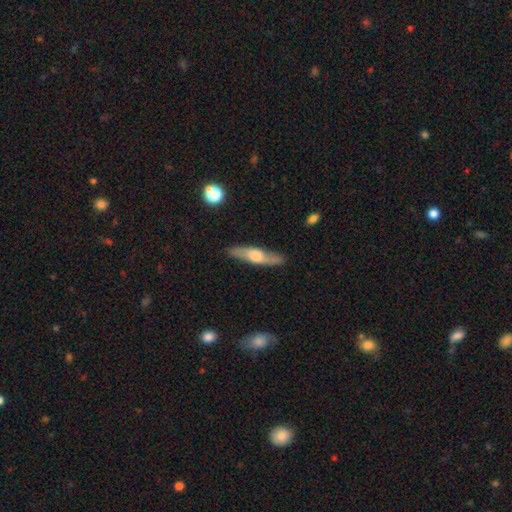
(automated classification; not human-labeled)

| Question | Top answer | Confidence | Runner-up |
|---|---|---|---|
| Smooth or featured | featured or disk | 60% | smooth (35%) |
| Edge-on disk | yes | 73% | no (27%) |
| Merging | none | 85% | minor disturbance (11%) |